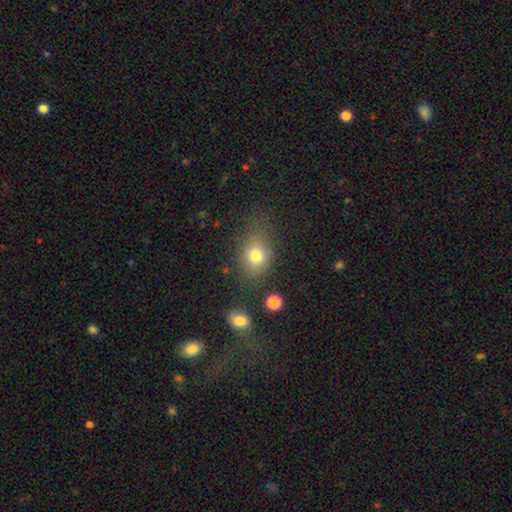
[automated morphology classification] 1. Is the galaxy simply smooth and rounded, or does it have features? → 77% smooth, 13% star or artifact, 11% featured or disk.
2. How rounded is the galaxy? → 51% in between, 47% round, 1% cigar-shaped.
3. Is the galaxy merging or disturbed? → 67% none, 19% minor disturbance, 9% major disturbance, 4% merger.